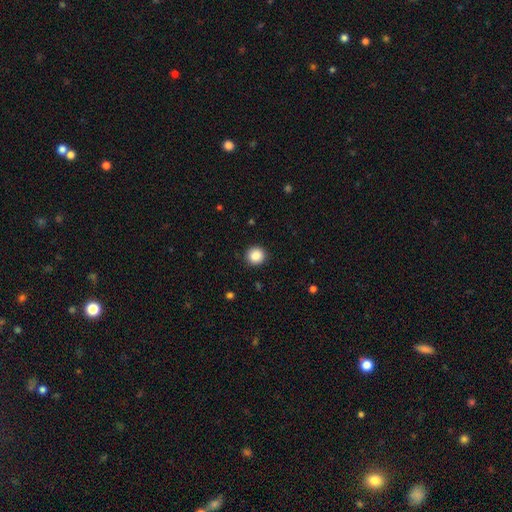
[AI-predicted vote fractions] This is clearly a smooth galaxy (87%). How rounded: clearly round (93%). Merging: clearly none (92%).